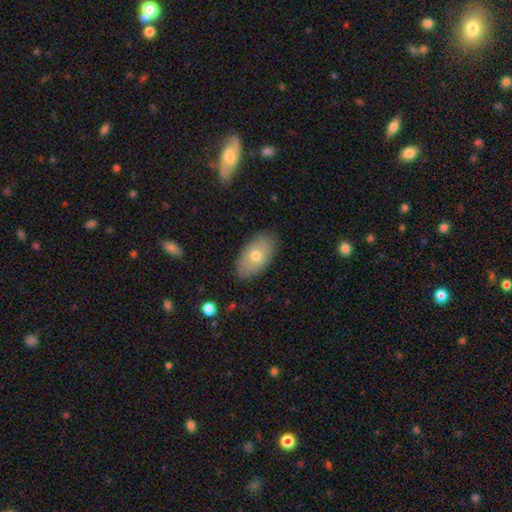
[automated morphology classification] A smooth galaxy with no disk features (69%) that is in between round and cigar-shaped (93%). Merging: none (85%).